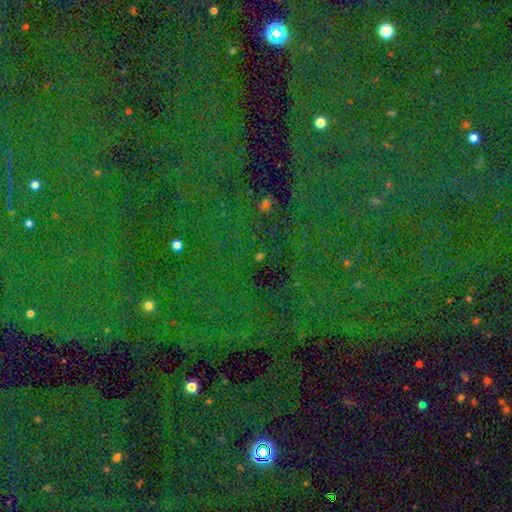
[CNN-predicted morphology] Smooth or featured? Predicted: star or artifact (p=0.84).